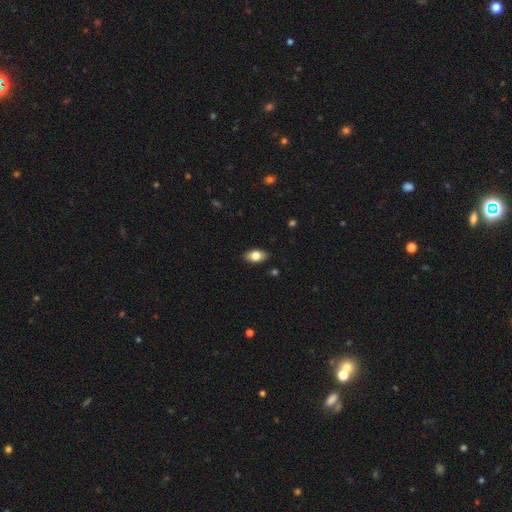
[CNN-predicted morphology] Overall: smooth (78%). How rounded: in between (91%). Merging: none (88%).